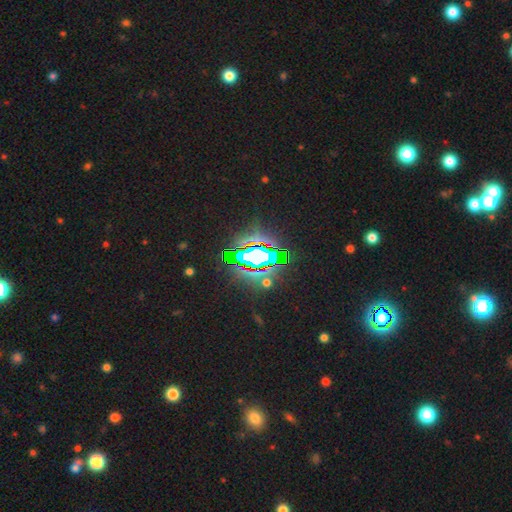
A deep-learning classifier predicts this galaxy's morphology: A star or artifact, not a galaxy (72%).